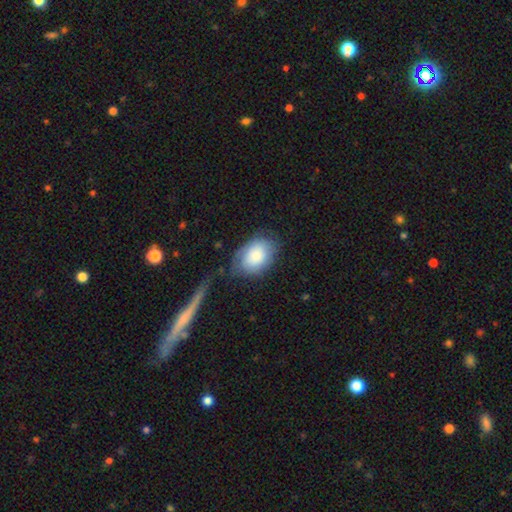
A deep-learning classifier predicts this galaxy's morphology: smooth-or-featured: smooth: 78% | featured or disk: 16% | star or artifact: 7%
  how-rounded: in between: 82% | round: 17% | cigar-shaped: 1%
  merging: none: 59% | minor disturbance: 26% | major disturbance: 12% | merger: 3%